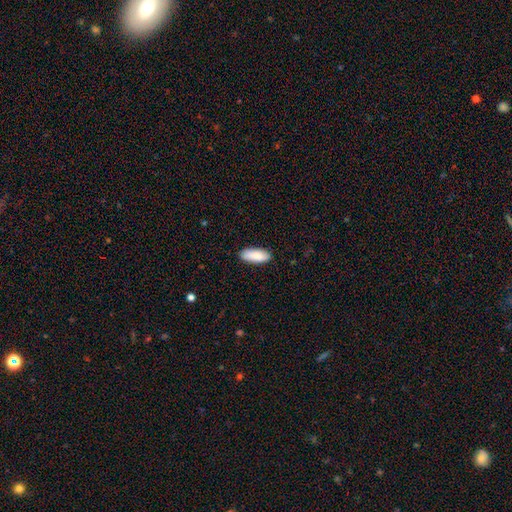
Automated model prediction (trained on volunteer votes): A smooth galaxy with no disk features (88%) that is in between round and cigar-shaped (78%). Merging: none (87%).